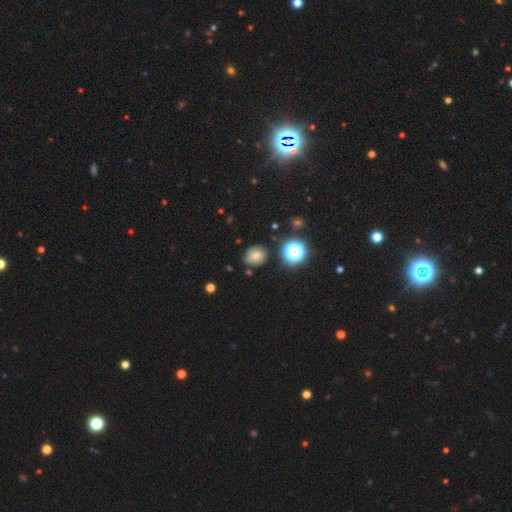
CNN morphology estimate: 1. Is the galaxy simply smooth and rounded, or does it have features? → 70% smooth, 18% star or artifact, 13% featured or disk.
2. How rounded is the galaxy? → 69% round, 30% in between, 1% cigar-shaped.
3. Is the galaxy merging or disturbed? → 76% none, 17% minor disturbance, 4% major disturbance, 4% merger.